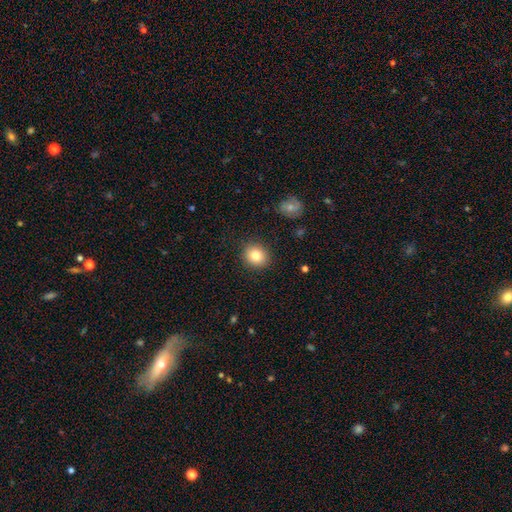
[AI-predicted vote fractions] smooth-or-featured: smooth: 82% | star or artifact: 9% | featured or disk: 8%
  how-rounded: round: 77% | in between: 22% | cigar-shaped: 1%
  merging: none: 88% | minor disturbance: 8% | major disturbance: 2% | merger: 1%